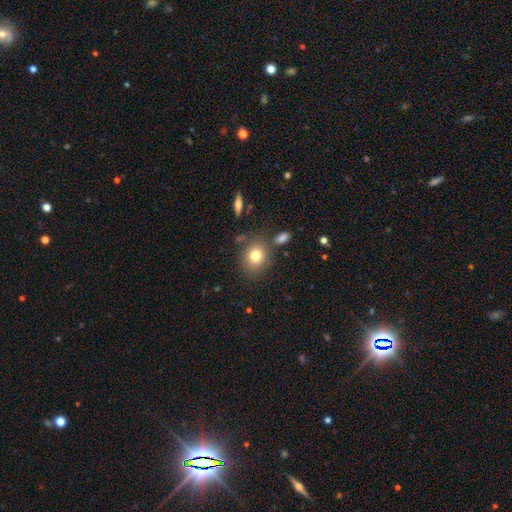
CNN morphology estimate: Smooth or featured? smooth (78%)
How rounded? round (66%)
Merging? none (77%)